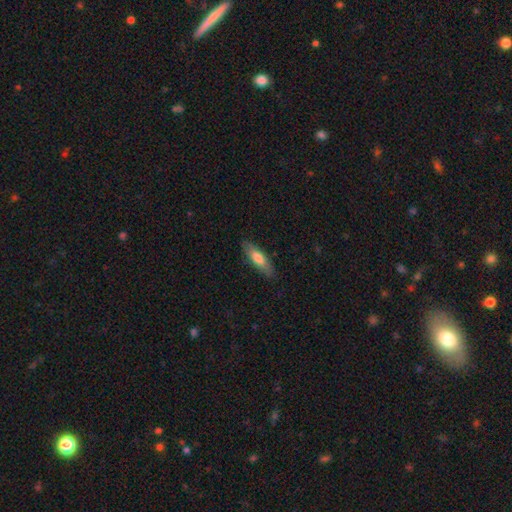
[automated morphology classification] smooth-or-featured: smooth: 66% | featured or disk: 28% | star or artifact: 6%
  how-rounded: cigar-shaped: 58% | in between: 40% | round: 2%
  merging: none: 84% | minor disturbance: 12% | major disturbance: 3% | merger: 1%